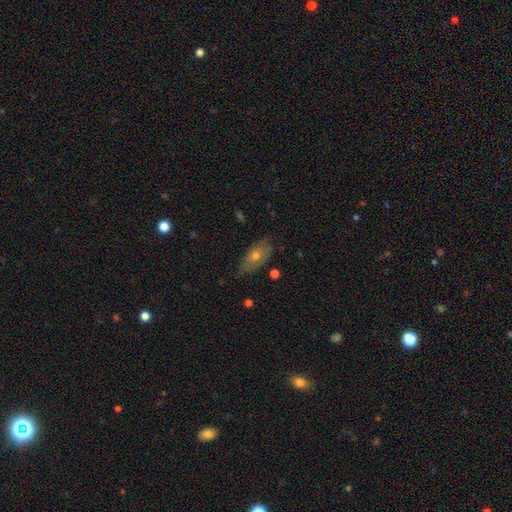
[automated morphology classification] Q: Smooth or featured?
A: smooth (51%); runner-up: featured or disk (39%)
Q: How rounded?
A: in between (83%); runner-up: cigar-shaped (10%)
Q: Merging?
A: none (69%); runner-up: minor disturbance (25%)